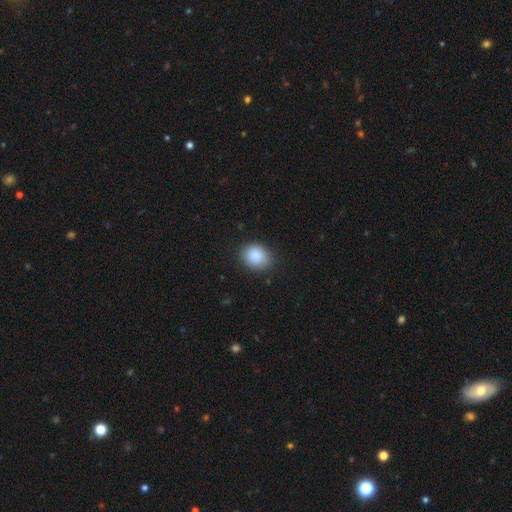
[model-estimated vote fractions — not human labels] This is clearly a smooth galaxy (88%). How rounded: possibly round (56%). Merging: clearly none (84%).